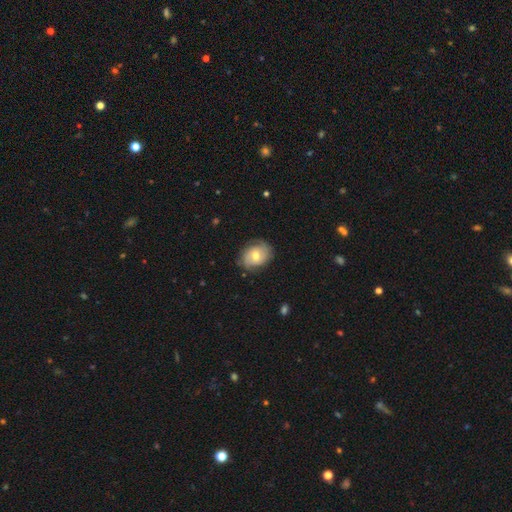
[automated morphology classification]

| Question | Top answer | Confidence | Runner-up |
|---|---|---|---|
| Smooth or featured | featured or disk | 58% | smooth (34%) |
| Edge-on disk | no | 96% | yes (4%) |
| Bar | no | 56% | weak (36%) |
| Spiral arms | yes | 83% | no (17%) |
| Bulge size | moderate | 71% | small (22%) |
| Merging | none | 74% | minor disturbance (19%) |